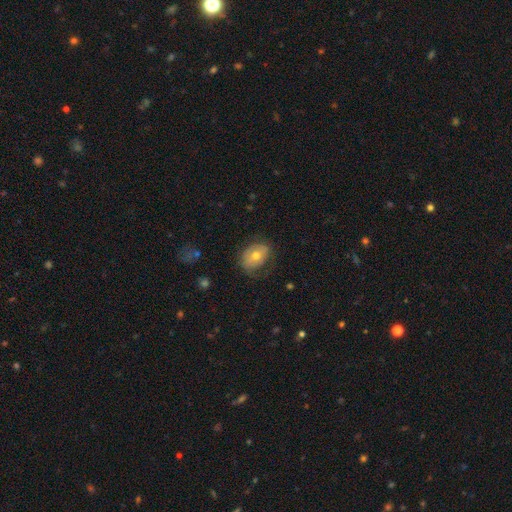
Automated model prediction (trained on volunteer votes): Smooth or featured: smooth — 62% (featured or disk — 31%)
How rounded: in between — 73% (round — 26%)
Merging: none — 60% (minor disturbance — 26%)